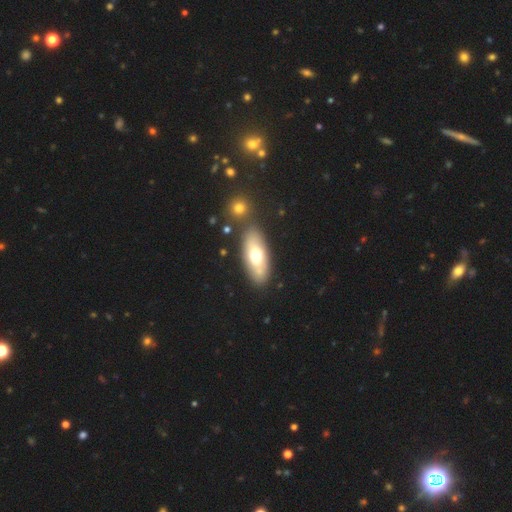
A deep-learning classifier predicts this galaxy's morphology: The model was most divided on "smooth or featured": smooth: 60%, featured or disk: 34%, star or artifact: 6%. More confident: how rounded — in between (76%); merging — none (74%).